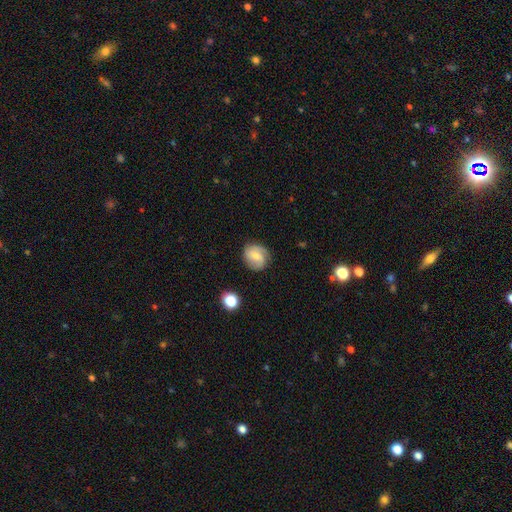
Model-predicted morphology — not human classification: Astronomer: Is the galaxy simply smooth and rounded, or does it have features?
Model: featured or disk — 52% (runner-up: smooth, 40%).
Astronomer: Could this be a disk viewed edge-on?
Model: no — 97%.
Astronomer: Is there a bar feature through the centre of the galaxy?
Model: no — 50% (runner-up: weak, 41%).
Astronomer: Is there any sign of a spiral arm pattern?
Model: yes — 89%.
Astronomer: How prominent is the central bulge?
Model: small — 48% (runner-up: moderate, 44%).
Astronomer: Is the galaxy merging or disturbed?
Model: none — 78%.